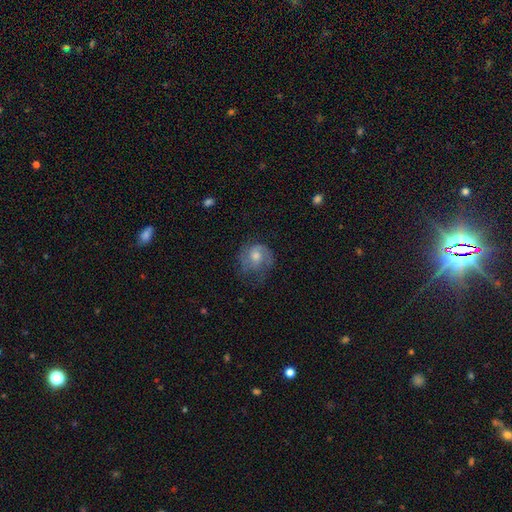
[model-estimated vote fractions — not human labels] The model was most divided on "smooth or featured": featured or disk: 60%, smooth: 31%, star or artifact: 9%. More confident: edge-on disk — no (97%); spiral arms — yes (85%); bar — no (68%); bulge size — moderate (61%); merging — none (58%).